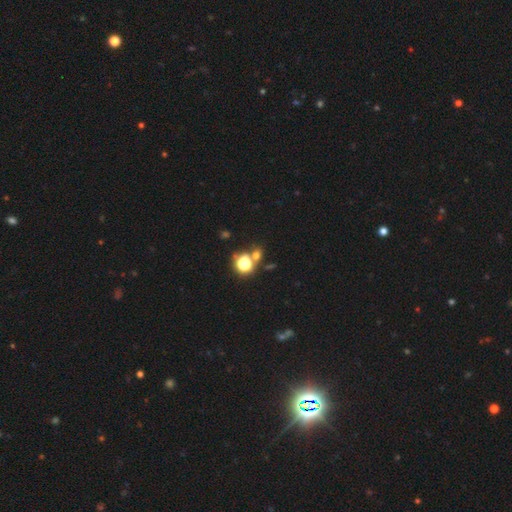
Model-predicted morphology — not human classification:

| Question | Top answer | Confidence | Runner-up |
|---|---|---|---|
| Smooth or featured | smooth | 54% | star or artifact (37%) |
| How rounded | round | 73% | in between (25%) |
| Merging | none | 64% | merger (22%) |